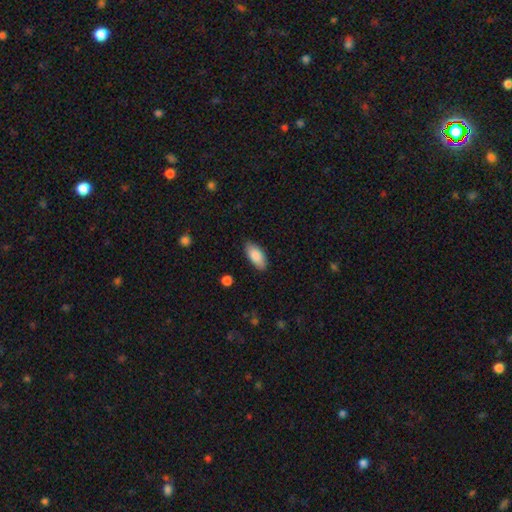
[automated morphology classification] This is clearly a smooth galaxy (87%). How rounded: clearly in between (90%). Merging: clearly none (85%).